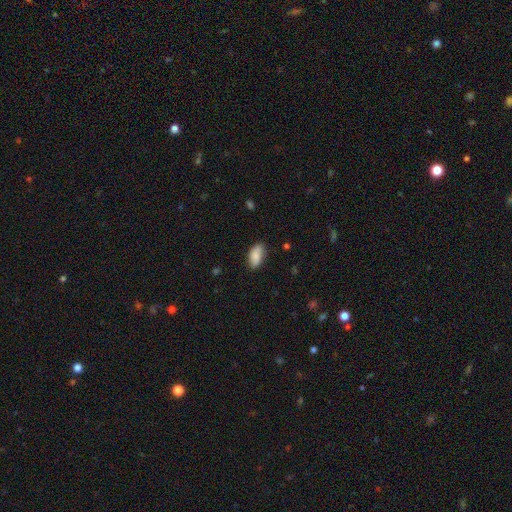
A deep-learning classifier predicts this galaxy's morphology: smooth_or_featured: smooth (p=0.82) [alt: featured or disk p=0.11]
how_rounded: in between (p=0.93) [alt: cigar-shaped p=0.04]
merging: none (p=0.74) [alt: minor disturbance p=0.21]